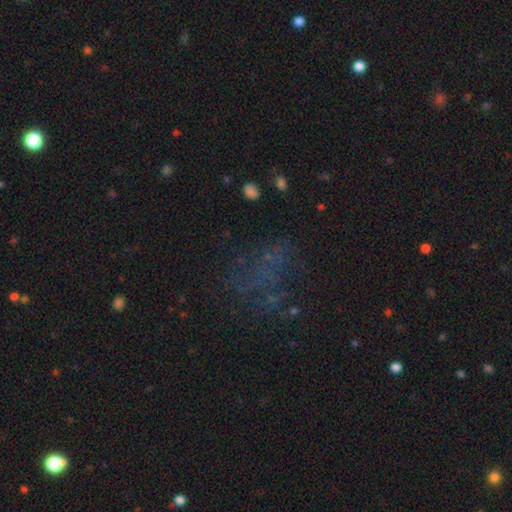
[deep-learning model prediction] Overall: star or artifact (41%; smooth 32%).